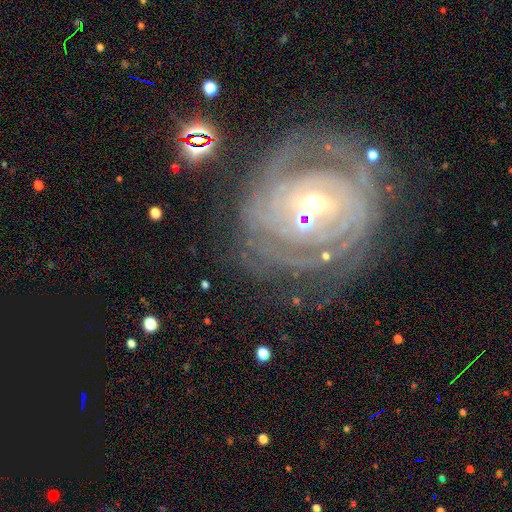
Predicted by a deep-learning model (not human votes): Smooth or featured? Predicted: featured or disk (p=0.84). Edge-on disk? Predicted: no (p=0.96). Bar? Predicted: weak (p=0.40). Spiral arms? Predicted: yes (p=0.92). Spiral winding? Predicted: tight (p=0.78). Spiral arm count? Predicted: can't tell (p=0.37). Bulge size? Predicted: small (p=0.56). Merging? Predicted: none (p=0.68).